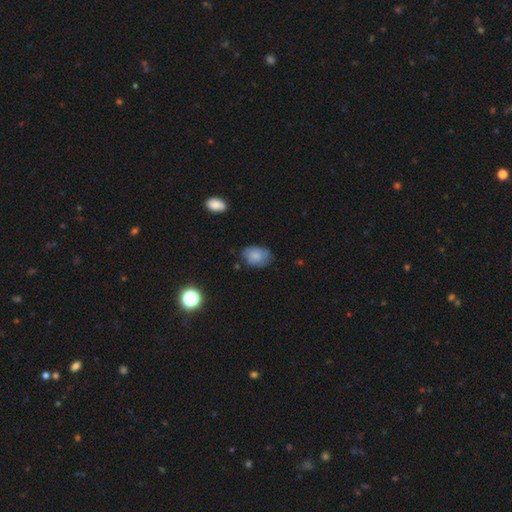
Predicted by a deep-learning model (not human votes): smooth_or_featured: smooth (p=0.70) [alt: featured or disk p=0.21]
how_rounded: in between (p=0.75) [alt: round p=0.24]
merging: none (p=0.67) [alt: minor disturbance p=0.25]